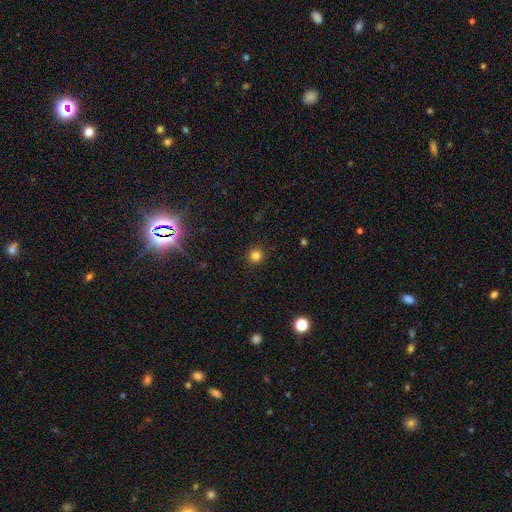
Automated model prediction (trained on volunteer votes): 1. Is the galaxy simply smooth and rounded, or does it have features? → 82% smooth, 14% star or artifact, 4% featured or disk.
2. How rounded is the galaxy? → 94% round, 5% in between, 1% cigar-shaped.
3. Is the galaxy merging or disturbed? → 92% none, 5% minor disturbance, 2% major disturbance, 1% merger.